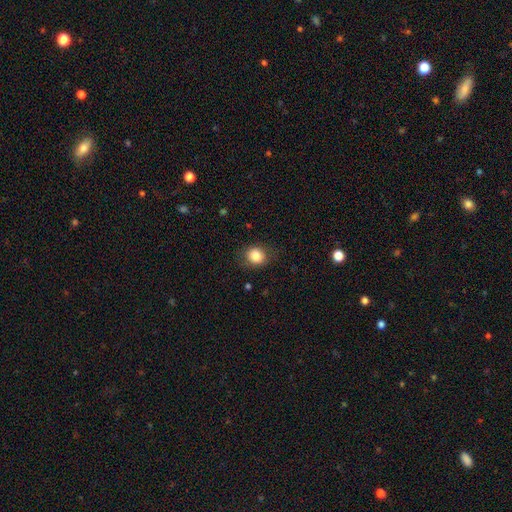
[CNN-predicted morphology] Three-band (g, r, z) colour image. It shows a smooth galaxy with no disk features (84%) that is round (70%). Merging: none (81%).